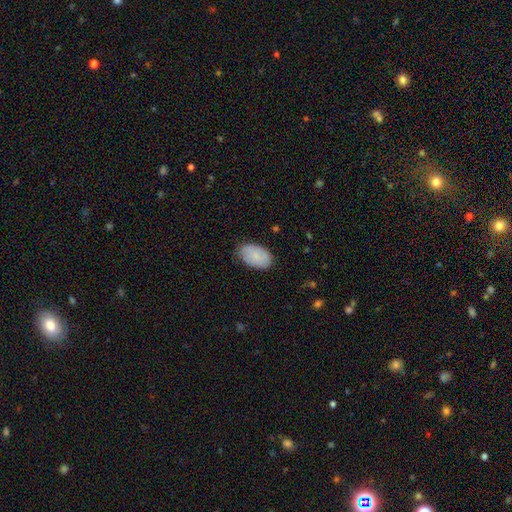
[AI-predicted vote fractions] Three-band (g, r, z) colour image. It shows a smooth galaxy with no disk features (81%) that is in between round and cigar-shaped (93%). Merging: none (78%).